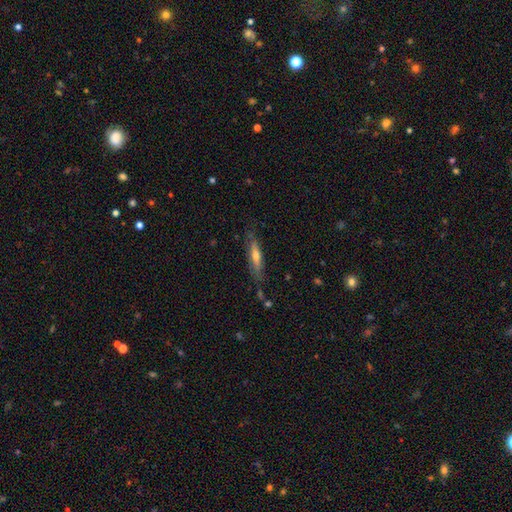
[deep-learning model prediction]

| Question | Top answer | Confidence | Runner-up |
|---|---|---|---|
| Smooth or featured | featured or disk | 54% | smooth (39%) |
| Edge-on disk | yes | 85% | no (15%) |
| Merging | none | 79% | minor disturbance (16%) |